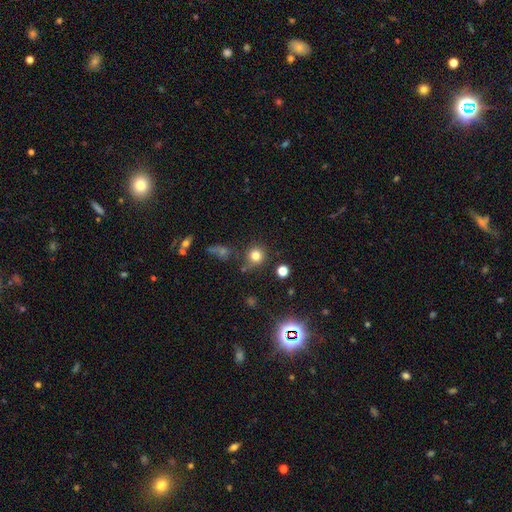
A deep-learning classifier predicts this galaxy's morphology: Smooth or featured: smooth — 78% (star or artifact — 15%)
How rounded: round — 91% (in between — 8%)
Merging: none — 76% (minor disturbance — 11%)